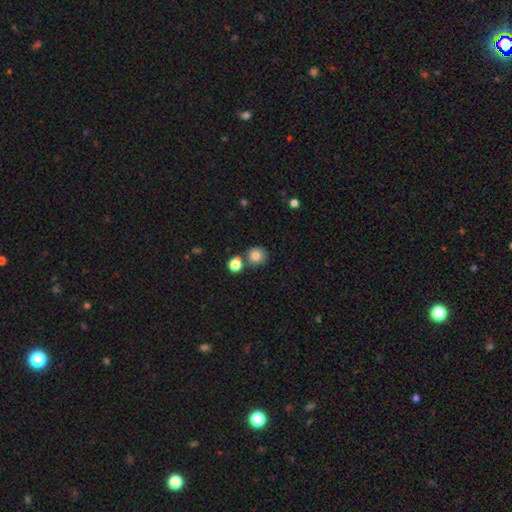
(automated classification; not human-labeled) This is clearly a smooth galaxy (83%). How rounded: clearly round (88%). Merging: likely none (71%).